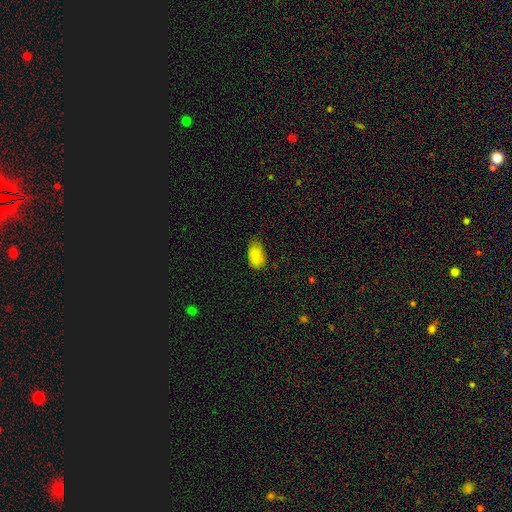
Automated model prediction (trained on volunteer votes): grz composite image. It shows a smooth galaxy with no disk features (87%) that is in between round and cigar-shaped (92%). Merging: none (68%).